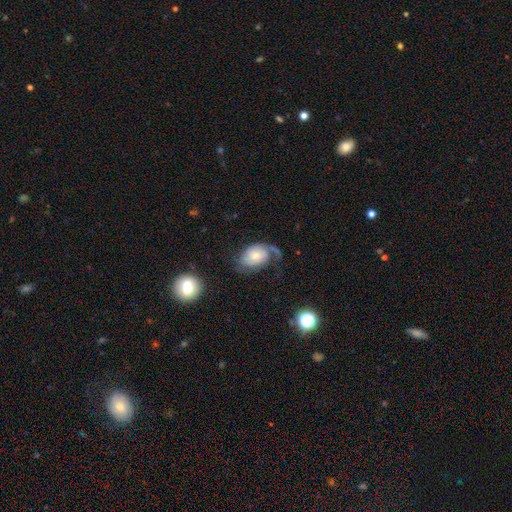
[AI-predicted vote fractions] A featured or disk galaxy (62%) with no bar (74%), 1 (51%) loose (40%) spiral arms (85%) and a moderate central bulge (47%).

Vote fractions:
- Smooth or featured? featured or disk: 62% / smooth: 31% / star or artifact: 8%
- Edge-on disk? no: 96% / yes: 4%
- Bar? no: 74% / weak: 21% / strong: 5%
- Spiral arms? yes: 85% / no: 15%
- Spiral winding? loose: 40% / medium: 33% / tight: 27%
- Spiral arm count? 1: 51% / 2: 34% / can't tell: 11% / 3: 2% / 4: 1% / more than 4: 1%
- Bulge size? moderate: 47% / small: 45% / large: 5% / none: 2% / dominant: 2%
- Merging? none: 37% / major disturbance: 35% / minor disturbance: 23% / merger: 5%